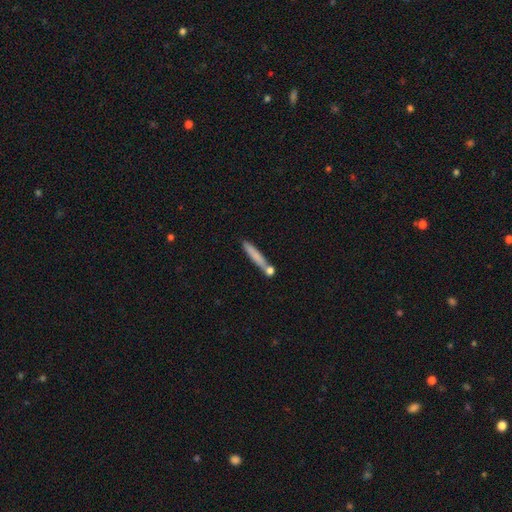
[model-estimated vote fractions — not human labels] smooth-or-featured: smooth: 73% | featured or disk: 20% | star or artifact: 7%
  how-rounded: cigar-shaped: 92% | in between: 6% | round: 2%
  merging: none: 67% | merger: 17% | minor disturbance: 12% | major disturbance: 4%